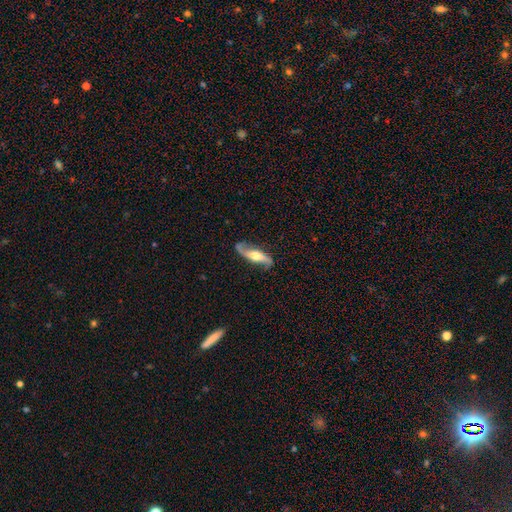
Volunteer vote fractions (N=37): Smooth or featured?
  - featured or disk: 81% *
  - smooth: 16%
  - star or artifact: 3%
Edge-on disk?
  - no: 93% *
  - yes: 7%
Bar?
  - no: 61% *
  - weak: 21%
  - strong: 18%
Spiral arms?
  - yes: 93% *
  - no: 7%
Spiral winding?
  - loose: 58% *
  - medium: 38%
  - tight: 4%
Spiral arm count?
  - 2: 92% *
  - 1: 8%
  - 3: 0%
  - 4: 0%
  - more than 4: 0%
  - can't tell: 0%
Bulge size?
  - moderate: 64% *
  - large: 32%
  - dominant: 4%
  - small: 0%
  - none: 0%
Merging?
  - none: 69% *
  - minor disturbance: 17%
  - major disturbance: 11%
  - merger: 3%